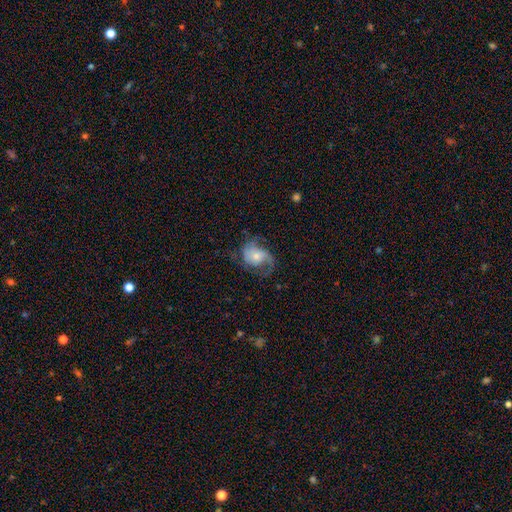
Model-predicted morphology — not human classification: The model was most divided on "bulge size": moderate: 44%, small: 43%, large: 7%, none: 5%, dominant: 2%. Remaining: edge-on disk — no (97%); spiral arms — yes (90%); smooth or featured — featured or disk (70%); bar — no (68%); spiral arm count — 2 (54%); merging — none (50%); spiral winding — medium (44%).